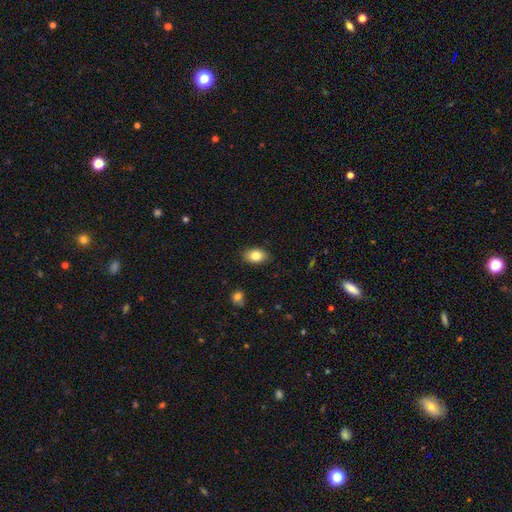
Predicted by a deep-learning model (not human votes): Smooth or featured? smooth (83%)
How rounded? in between (85%)
Merging? none (87%)